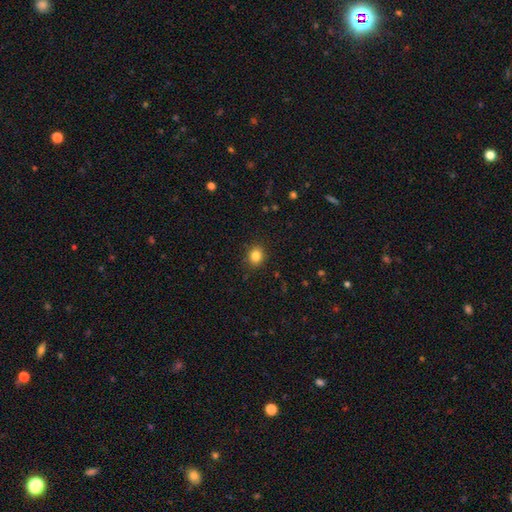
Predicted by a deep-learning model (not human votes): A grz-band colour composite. It shows a smooth galaxy with no disk features (84%) that is round (70%). Merging: none (89%).